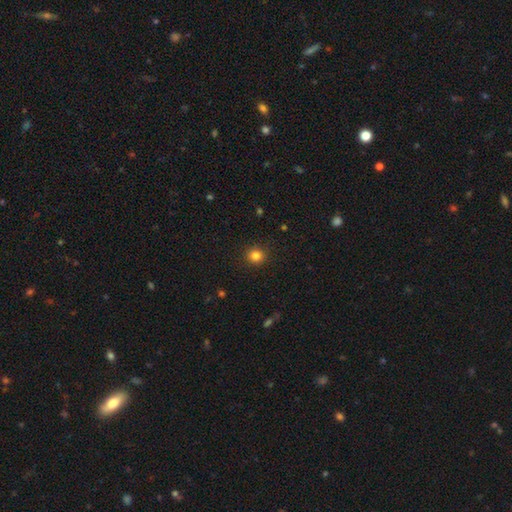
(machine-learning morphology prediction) Smooth or featured: smooth — 83% (star or artifact — 12%)
How rounded: round — 91% (in between — 8%)
Merging: none — 91% (minor disturbance — 6%)